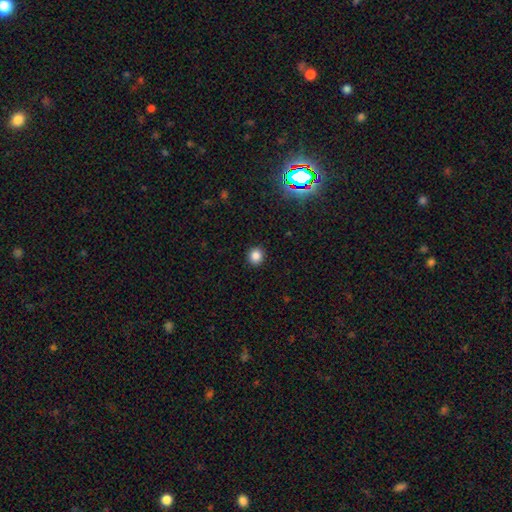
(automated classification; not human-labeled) smooth_or_featured: smooth (p=0.84) [alt: star or artifact p=0.12]
how_rounded: round (p=0.89) [alt: in between p=0.10]
merging: none (p=0.92) [alt: minor disturbance p=0.05]